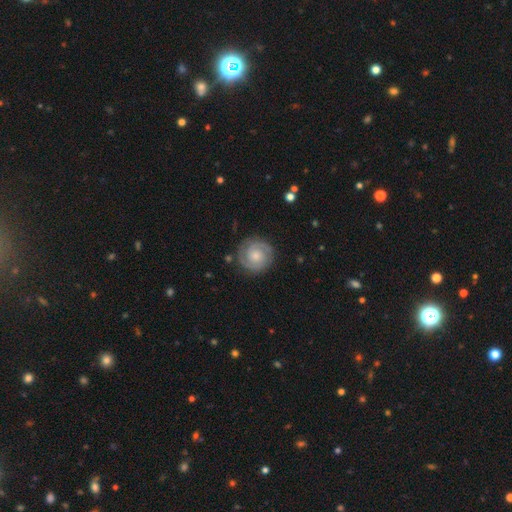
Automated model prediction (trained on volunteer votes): A featured or disk galaxy (78%) with no bar (70%), 2 (84%) tight (69%) spiral arms (95%) and a small central bulge (44%).

Vote fractions:
- Smooth or featured? featured or disk: 78% / smooth: 16% / star or artifact: 6%
- Edge-on disk? no: 98% / yes: 2%
- Bar? no: 70% / weak: 25% / strong: 5%
- Spiral arms? yes: 95% / no: 5%
- Spiral winding? tight: 69% / medium: 26% / loose: 5%
- Spiral arm count? 2: 84% / can't tell: 6% / 3: 4% / 1: 2% / 4: 1% / more than 4: 1%
- Bulge size? small: 44% / moderate: 43% / none: 6% / large: 5% / dominant: 2%
- Merging? none: 85% / minor disturbance: 10% / major disturbance: 3% / merger: 1%